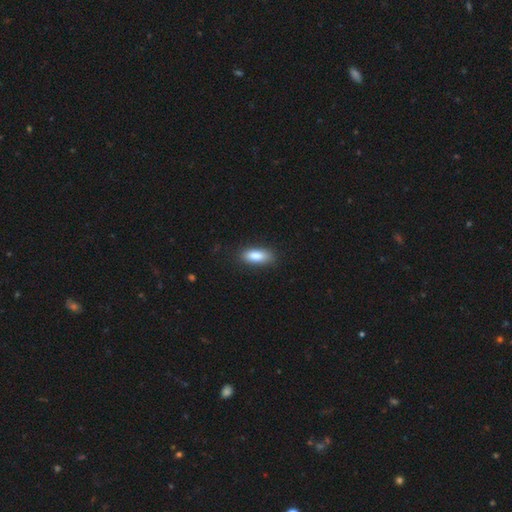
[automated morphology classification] Q: Smooth or featured?
A: smooth (86%); runner-up: featured or disk (7%)
Q: How rounded?
A: in between (78%); runner-up: cigar-shaped (19%)
Q: Merging?
A: none (84%); runner-up: minor disturbance (12%)